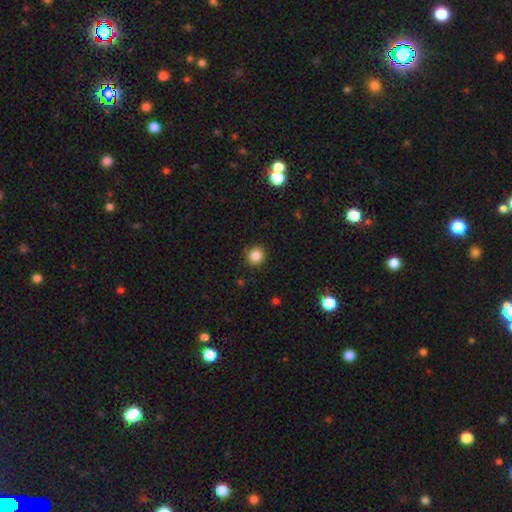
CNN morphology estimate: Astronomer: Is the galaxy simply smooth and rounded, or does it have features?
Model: smooth — 86%.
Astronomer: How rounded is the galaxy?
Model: round — 94%.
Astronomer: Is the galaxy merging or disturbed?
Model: none — 90%.